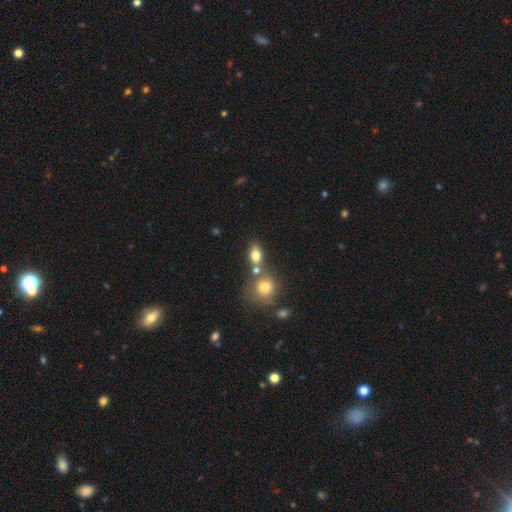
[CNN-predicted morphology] smooth-or-featured: smooth: 78% | featured or disk: 11% | star or artifact: 10%
  how-rounded: in between: 74% | round: 23% | cigar-shaped: 4%
  merging: none: 52% | merger: 32% | minor disturbance: 12% | major disturbance: 5%